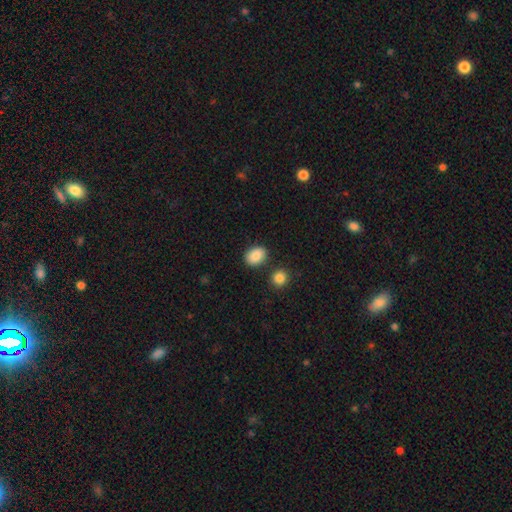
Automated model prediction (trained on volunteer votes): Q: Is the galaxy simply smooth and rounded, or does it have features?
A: smooth — 88%.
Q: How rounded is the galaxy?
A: in between — 67%.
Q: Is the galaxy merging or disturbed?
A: none — 83%.